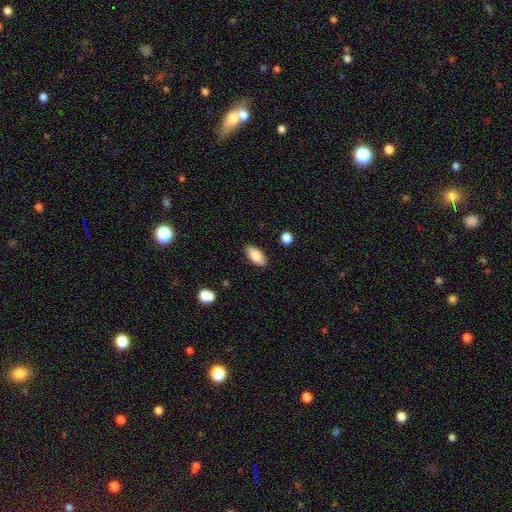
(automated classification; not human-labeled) smooth-or-featured: smooth: 81% | featured or disk: 12% | star or artifact: 7%
  how-rounded: in between: 91% | cigar-shaped: 6% | round: 3%
  merging: none: 88% | minor disturbance: 9% | major disturbance: 2% | merger: 1%